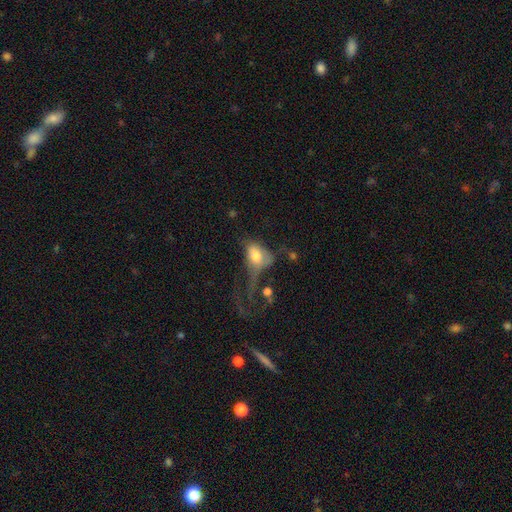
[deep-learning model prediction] A smooth galaxy with no disk features (65%) that is in between round and cigar-shaped (83%). Merging: major disturbance (56%).